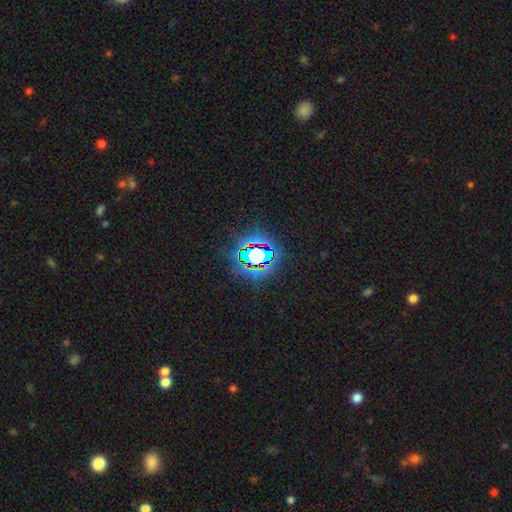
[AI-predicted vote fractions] A star or artifact, not a galaxy (67%).